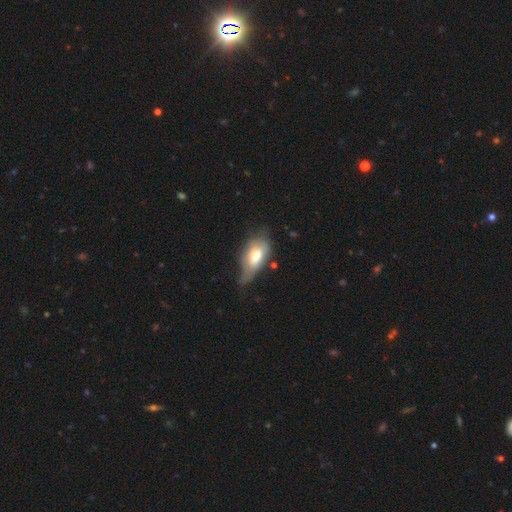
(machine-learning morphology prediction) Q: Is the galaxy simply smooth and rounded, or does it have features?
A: smooth — 63%.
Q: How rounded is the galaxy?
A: in between — 90%.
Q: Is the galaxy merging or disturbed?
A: minor disturbance — 42%.